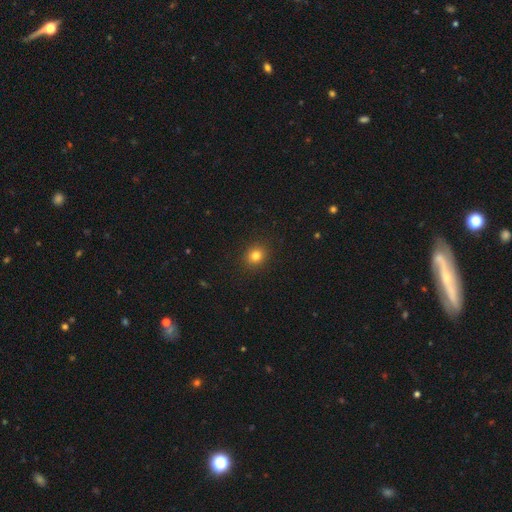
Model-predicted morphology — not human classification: Smooth or featured? smooth (81%)
How rounded? round (79%)
Merging? none (91%)